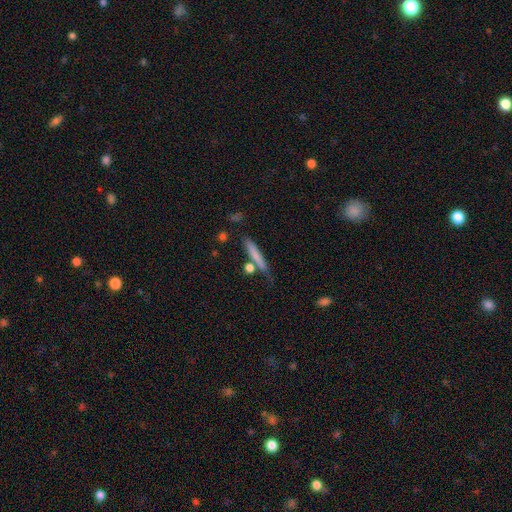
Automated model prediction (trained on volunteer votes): The model was most divided on "smooth or featured": smooth: 69%, featured or disk: 23%, star or artifact: 7%. More confident: how rounded — cigar-shaped (90%); merging — none (69%).